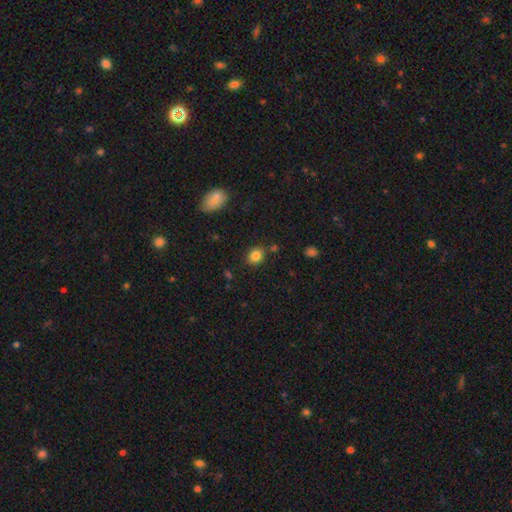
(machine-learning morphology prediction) smooth-or-featured: smooth: 83% | star or artifact: 11% | featured or disk: 6%
  how-rounded: round: 61% | in between: 38% | cigar-shaped: 1%
  merging: none: 80% | minor disturbance: 11% | merger: 5% | major disturbance: 3%